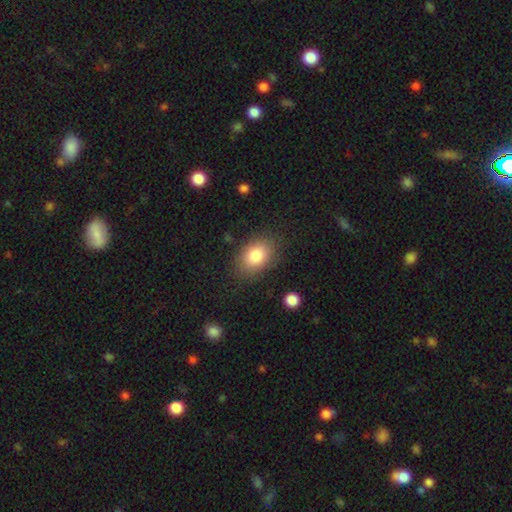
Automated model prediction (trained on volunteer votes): This appears to be a smooth galaxy with no disk features (82%) that is in between round and cigar-shaped (80%). Merging: none (82%).